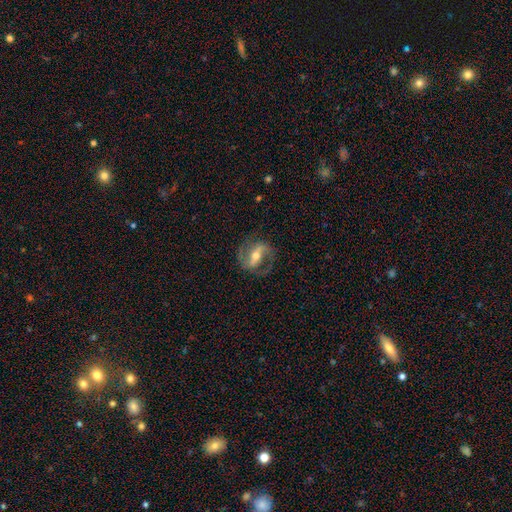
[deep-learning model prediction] smooth_or_featured: featured or disk (p=0.86) [alt: smooth p=0.09]
disk_edge_on: no (p=0.95) [alt: yes p=0.05]
bar: strong (p=0.58) [alt: weak p=0.29]
has_spiral_arms: yes (p=0.93) [alt: no p=0.07]
spiral_winding: medium (p=0.52) [alt: loose p=0.28]
spiral_arm_count: 2 (p=0.89) [alt: 1 p=0.04]
bulge_size: moderate (p=0.64) [alt: small p=0.30]
merging: none (p=0.79) [alt: minor disturbance p=0.13]